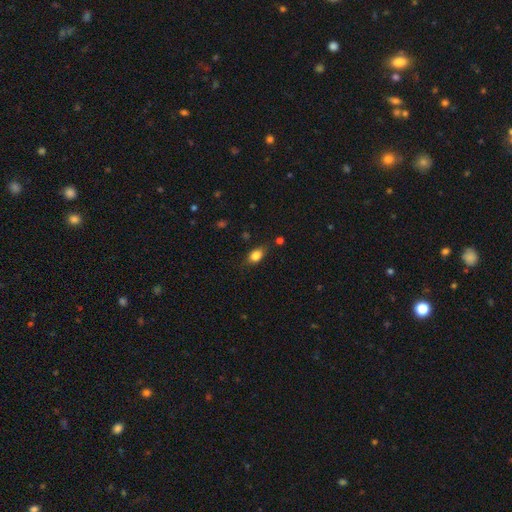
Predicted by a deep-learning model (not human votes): Morphology: type=smooth (82%); roundness=in between (77%); merging=none (76%).